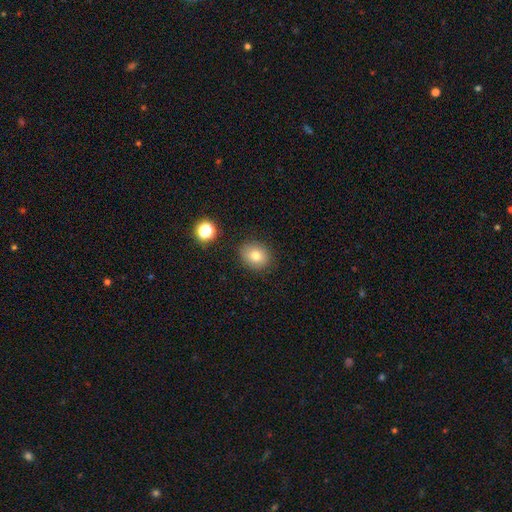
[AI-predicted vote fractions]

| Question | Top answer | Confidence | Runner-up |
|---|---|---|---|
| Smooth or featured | smooth | 79% | star or artifact (11%) |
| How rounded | round | 64% | in between (35%) |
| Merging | none | 85% | minor disturbance (10%) |